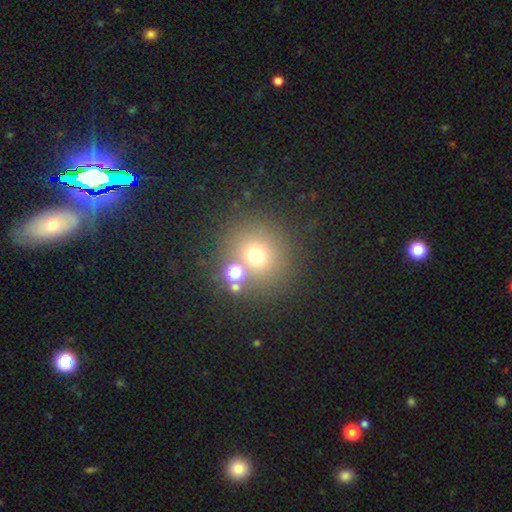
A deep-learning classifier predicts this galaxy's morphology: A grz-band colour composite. It shows a smooth galaxy with no disk features (66%) that is round (89%). Merging: none (70%).